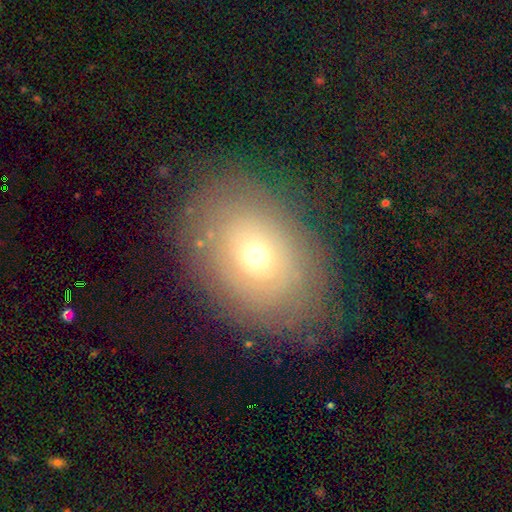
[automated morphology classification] Overall: smooth (45%; featured or disk 43%). Merging: none (78%).